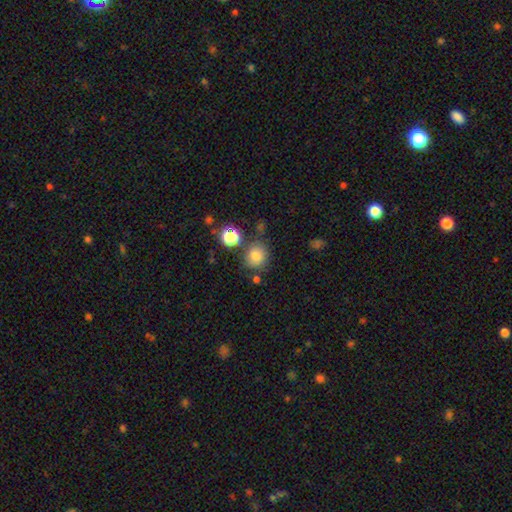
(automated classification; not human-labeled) A smooth galaxy with no disk features (78%) that is round (83%).

Vote fractions:
- Smooth or featured? smooth: 78% / star or artifact: 14% / featured or disk: 8%
- How rounded? round: 83% / in between: 16% / cigar-shaped: 1%
- Merging? none: 73% / minor disturbance: 13% / merger: 9% / major disturbance: 4%